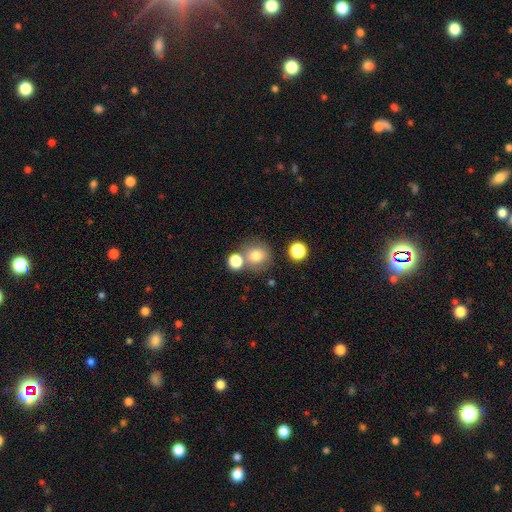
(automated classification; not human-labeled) A smooth galaxy with no disk features (77%) that is round (88%). Merging: none (63%).